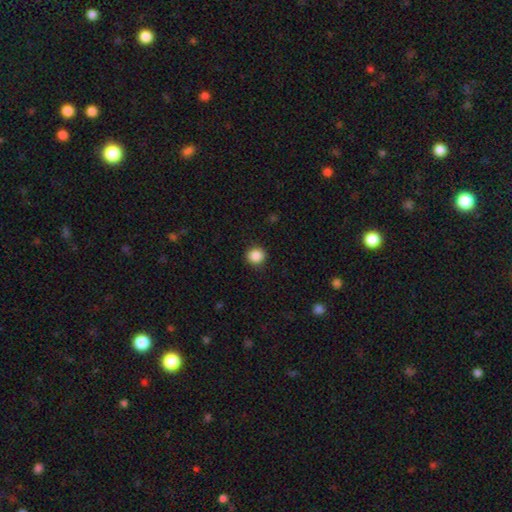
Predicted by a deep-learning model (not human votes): This is clearly a smooth galaxy (88%). How rounded: clearly round (89%). Merging: clearly none (90%).